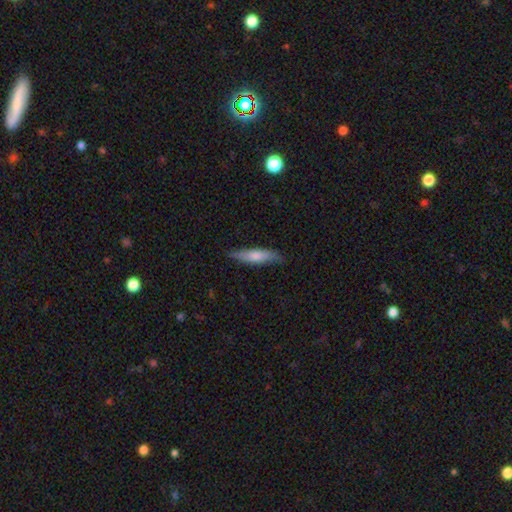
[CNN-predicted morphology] This appears to be a smooth galaxy with no disk features (65%) that is cigar-shaped (71%). Merging: none (78%).